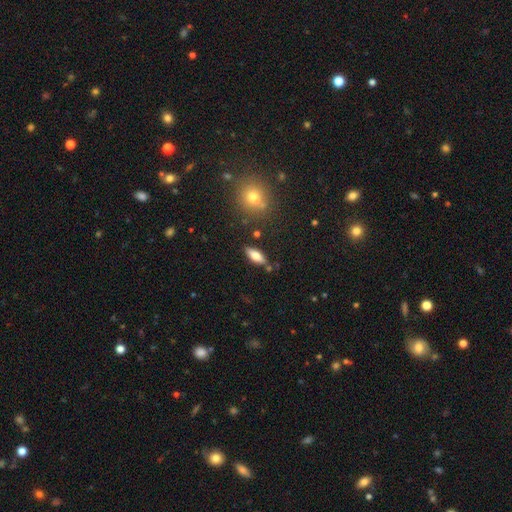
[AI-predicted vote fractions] A smooth galaxy with no disk features (64%) that is in between round and cigar-shaped (68%).

Vote fractions:
- Smooth or featured? smooth: 64% / featured or disk: 29% / star or artifact: 8%
- How rounded? in between: 68% / cigar-shaped: 29% / round: 3%
- Merging? none: 80% / minor disturbance: 12% / merger: 5% / major disturbance: 3%